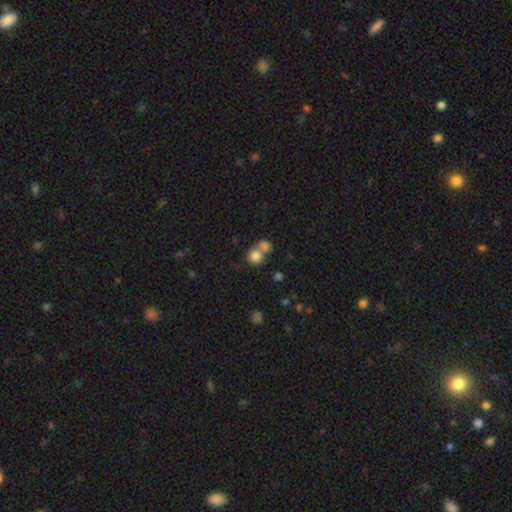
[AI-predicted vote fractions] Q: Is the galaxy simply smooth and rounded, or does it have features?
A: smooth — 80%.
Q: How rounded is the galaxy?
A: round — 82%.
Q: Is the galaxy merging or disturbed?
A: merger — 51%.